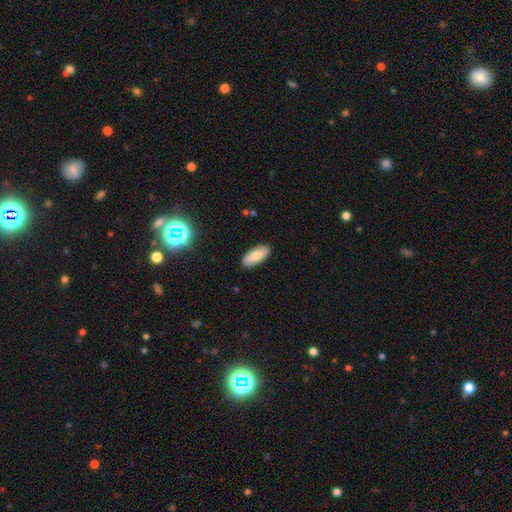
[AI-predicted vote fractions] Smooth or featured? Predicted: smooth (p=0.75). How rounded? Predicted: in between (p=0.76). Merging? Predicted: none (p=0.89).